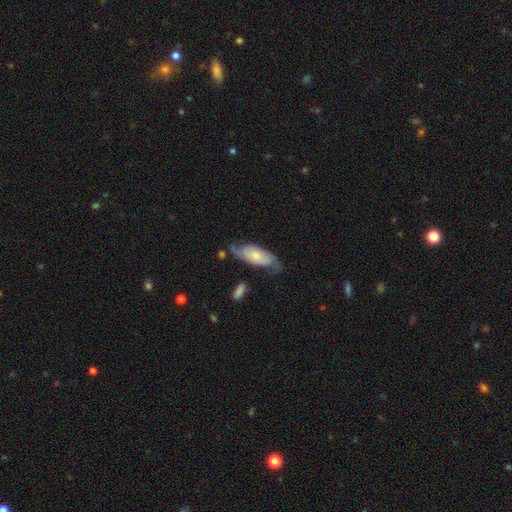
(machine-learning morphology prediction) This is likely a featured or disk galaxy (62%). It is clearly not viewed edge-on (90%). Bar: likely no (70%). Spiral arm pattern: clearly yes (90%). Spiral arm count: clearly 2 (83%). Spiral winding: marginally medium (40%). Central bulge: marginally small (43%). Merging: likely none (61%).